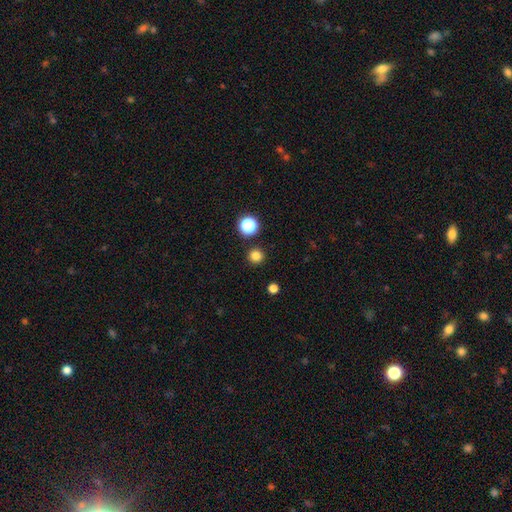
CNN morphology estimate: This is clearly a smooth galaxy (82%). How rounded: clearly round (95%). Merging: clearly none (92%).